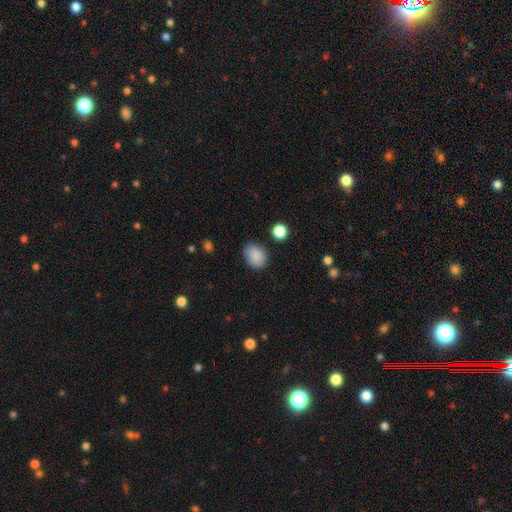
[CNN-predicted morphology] A smooth galaxy with no disk features (87%) that is in between round and cigar-shaped (56%).

Vote fractions:
- Smooth or featured? smooth: 87% / star or artifact: 9% / featured or disk: 4%
- How rounded? in between: 56% / round: 43% / cigar-shaped: 1%
- Merging? none: 79% / minor disturbance: 16% / major disturbance: 4% / merger: 2%